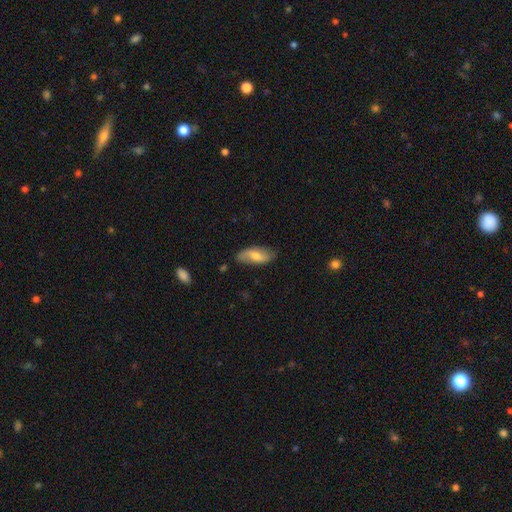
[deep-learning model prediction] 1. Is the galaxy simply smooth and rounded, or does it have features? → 56% smooth, 38% featured or disk, 6% star or artifact.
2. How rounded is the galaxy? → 81% in between, 16% cigar-shaped, 3% round.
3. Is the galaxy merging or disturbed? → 74% none, 20% minor disturbance, 4% major disturbance, 2% merger.